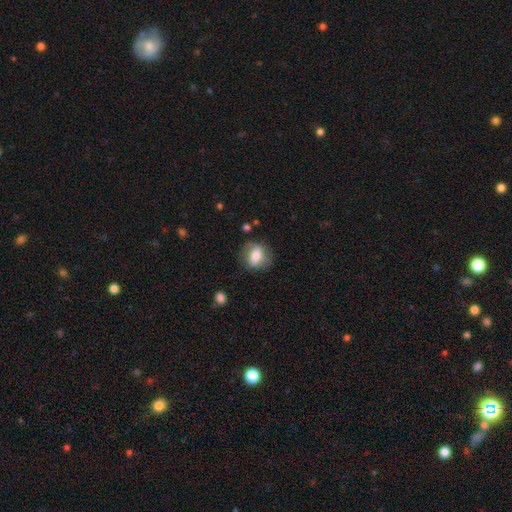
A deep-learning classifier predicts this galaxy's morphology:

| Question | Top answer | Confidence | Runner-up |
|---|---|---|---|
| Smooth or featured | smooth | 68% | featured or disk (24%) |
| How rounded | in between | 55% | round (43%) |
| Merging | none | 76% | minor disturbance (16%) |